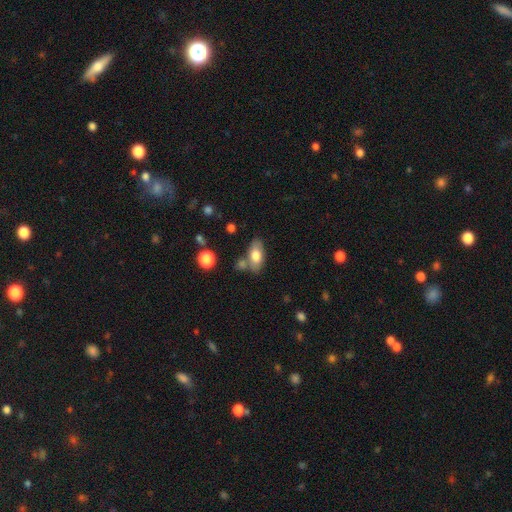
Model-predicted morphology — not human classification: Smooth or featured: smooth — 74% (featured or disk — 19%)
How rounded: in between — 89% (cigar-shaped — 6%)
Merging: none — 66% (minor disturbance — 16%)